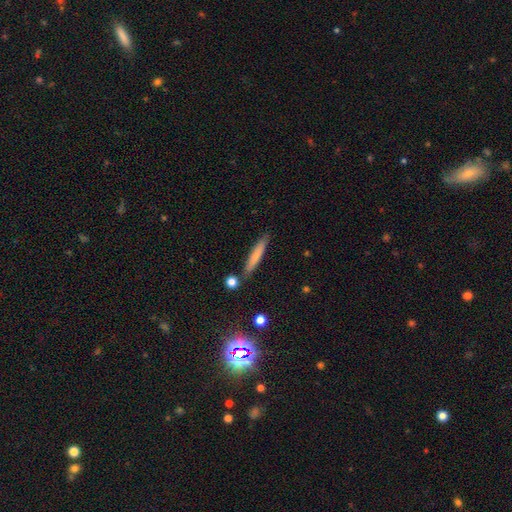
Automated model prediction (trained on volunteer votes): Smooth or featured?
  - smooth: 68% *
  - featured or disk: 24%
  - star or artifact: 7%
How rounded?
  - cigar-shaped: 92% *
  - in between: 6%
  - round: 1%
Merging?
  - none: 83% *
  - minor disturbance: 10%
  - merger: 4%
  - major disturbance: 2%